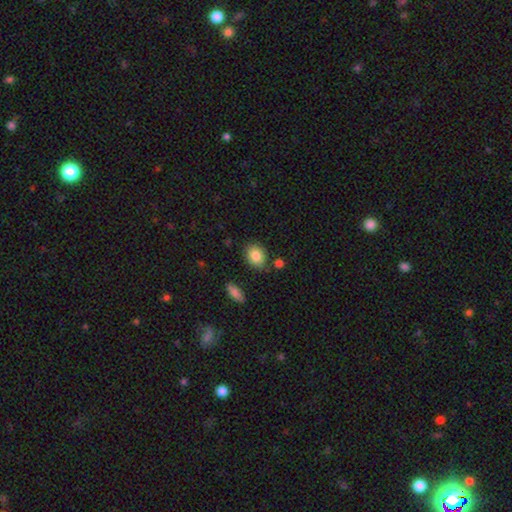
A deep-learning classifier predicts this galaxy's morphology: Smooth or featured? Predicted: smooth (p=0.85). How rounded? Predicted: in between (p=0.56). Merging? Predicted: none (p=0.80).